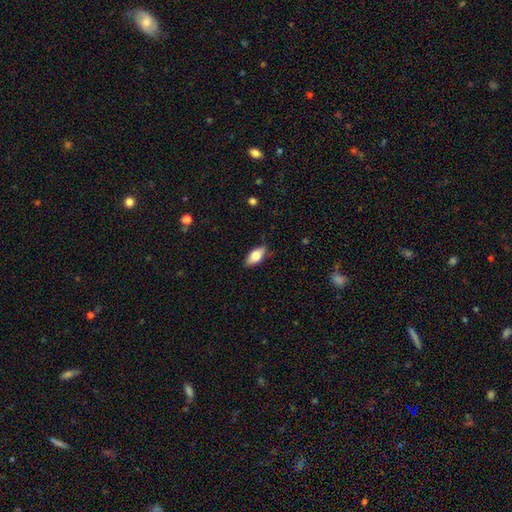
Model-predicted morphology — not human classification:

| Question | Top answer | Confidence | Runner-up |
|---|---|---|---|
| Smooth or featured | smooth | 69% | featured or disk (24%) |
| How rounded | in between | 84% | cigar-shaped (12%) |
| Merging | none | 84% | minor disturbance (12%) |